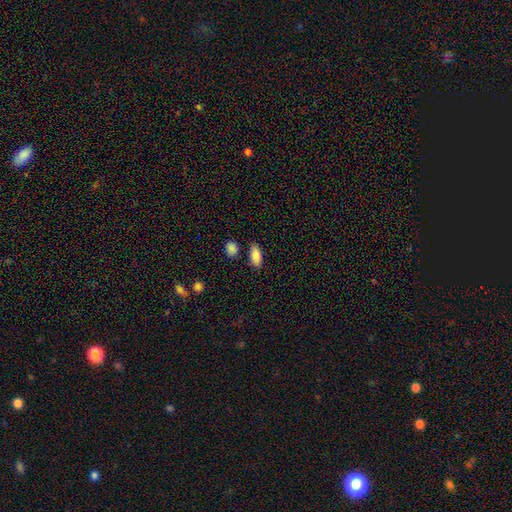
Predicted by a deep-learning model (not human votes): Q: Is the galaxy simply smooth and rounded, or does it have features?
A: smooth — 85%.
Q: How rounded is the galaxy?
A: in between — 87%.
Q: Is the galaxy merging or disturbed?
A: none — 81%.